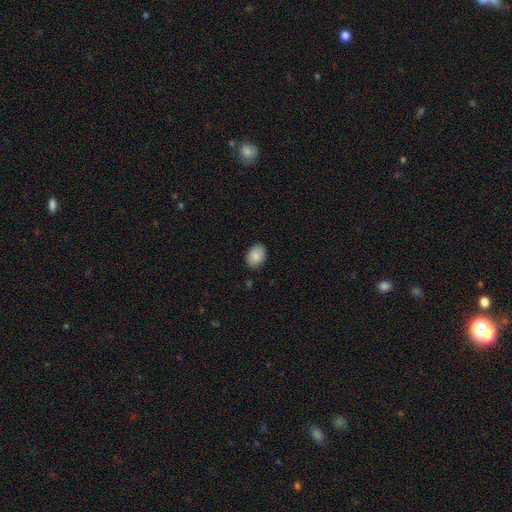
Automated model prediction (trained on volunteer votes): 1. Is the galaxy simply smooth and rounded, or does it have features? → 87% smooth, 7% star or artifact, 6% featured or disk.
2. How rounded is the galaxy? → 71% in between, 28% round, 1% cigar-shaped.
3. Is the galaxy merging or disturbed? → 87% none, 10% minor disturbance, 2% major disturbance, 1% merger.